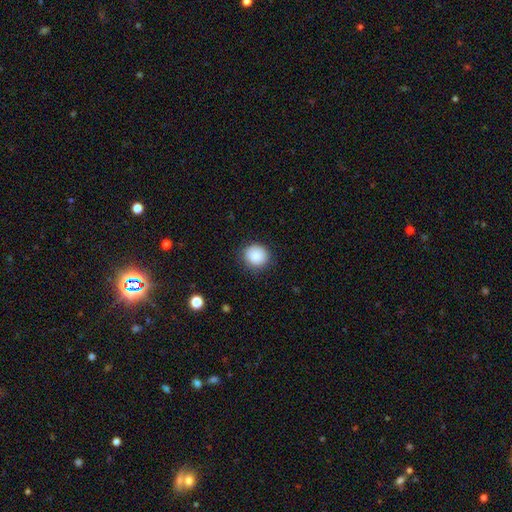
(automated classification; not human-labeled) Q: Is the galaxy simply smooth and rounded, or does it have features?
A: smooth — 88%.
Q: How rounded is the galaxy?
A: round — 83%.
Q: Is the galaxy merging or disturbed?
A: none — 86%.